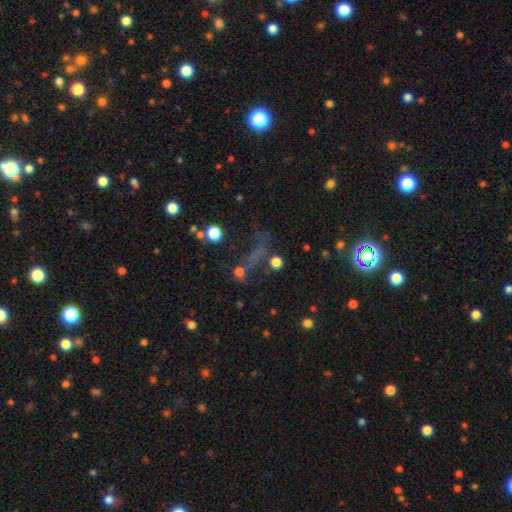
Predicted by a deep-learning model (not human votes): smooth-or-featured: star or artifact: 54% | smooth: 30% | featured or disk: 17%